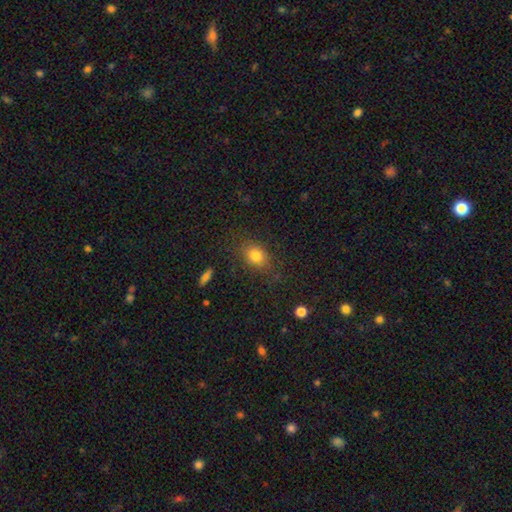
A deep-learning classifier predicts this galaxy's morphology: This is likely a smooth galaxy (78%). How rounded: possibly in between (55%). Merging: likely none (78%).